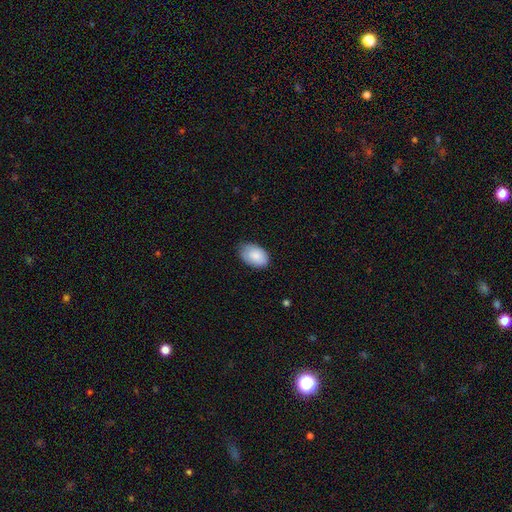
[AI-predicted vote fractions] Overall: smooth (86%). How rounded: in between (90%). Merging: none (74%).